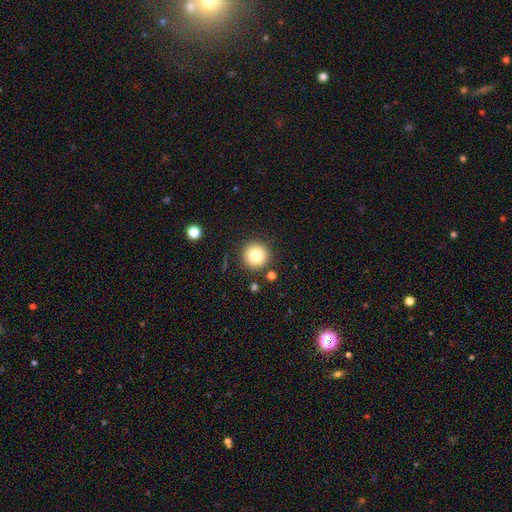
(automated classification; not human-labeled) smooth_or_featured: smooth (p=0.81) [alt: star or artifact p=0.11]
how_rounded: round (p=0.96) [alt: in between p=0.03]
merging: none (p=0.88) [alt: minor disturbance p=0.07]